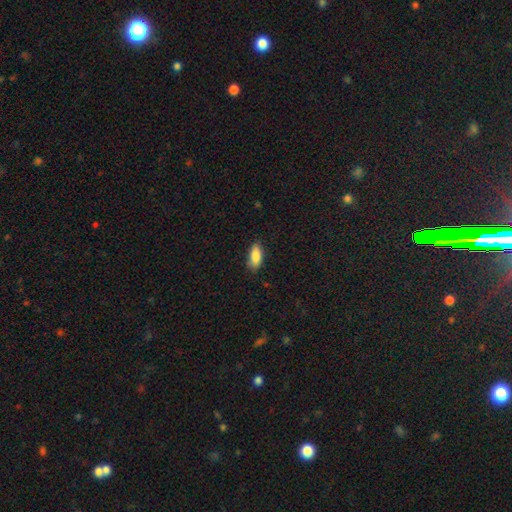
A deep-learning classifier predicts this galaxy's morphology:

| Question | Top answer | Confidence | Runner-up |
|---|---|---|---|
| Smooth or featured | smooth | 83% | featured or disk (10%) |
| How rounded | in between | 82% | cigar-shaped (16%) |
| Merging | none | 81% | minor disturbance (15%) |